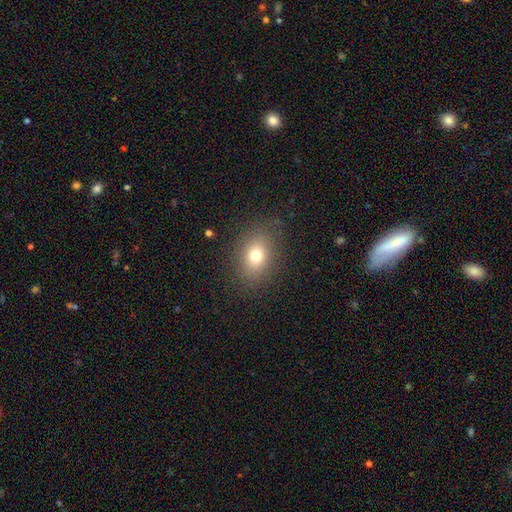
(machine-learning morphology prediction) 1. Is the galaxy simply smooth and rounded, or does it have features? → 74% smooth, 14% star or artifact, 12% featured or disk.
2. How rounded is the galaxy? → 61% in between, 37% round, 1% cigar-shaped.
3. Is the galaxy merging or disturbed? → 84% none, 10% minor disturbance, 5% major disturbance, 1% merger.